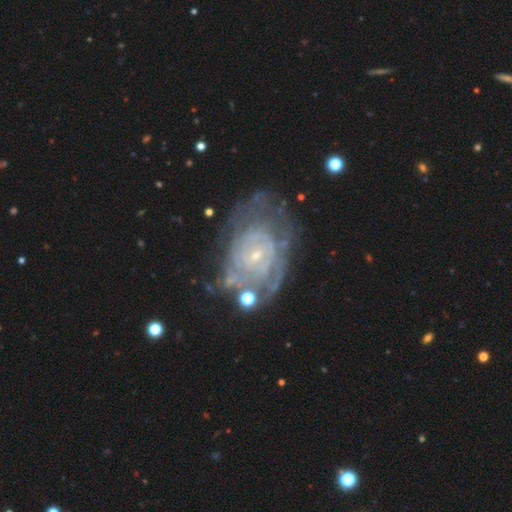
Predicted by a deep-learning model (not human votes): Smooth or featured: featured or disk — 83% (smooth — 10%)
Edge-on disk: no — 97% (yes — 3%)
Bar: no — 61% (weak — 31%)
Spiral arms: yes — 87% (no — 13%)
Spiral winding: tight — 70% (medium — 23%)
Spiral arm count: can't tell — 51% (2 — 16%)
Bulge size: small — 80% (moderate — 14%)
Merging: none — 48% (minor disturbance — 25%)